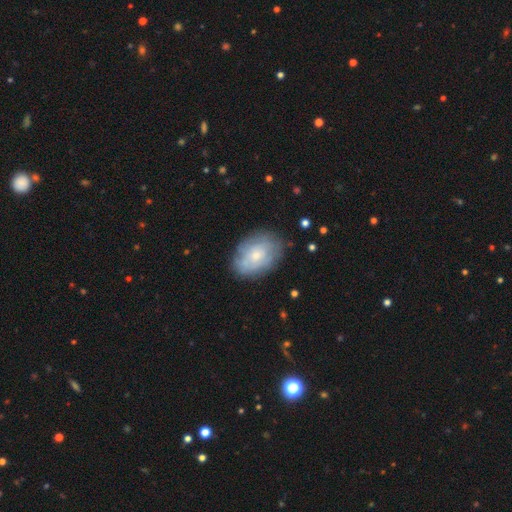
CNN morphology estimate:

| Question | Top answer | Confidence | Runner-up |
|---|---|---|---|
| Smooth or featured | smooth | 53% | featured or disk (39%) |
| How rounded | in between | 81% | round (18%) |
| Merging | none | 75% | minor disturbance (18%) |